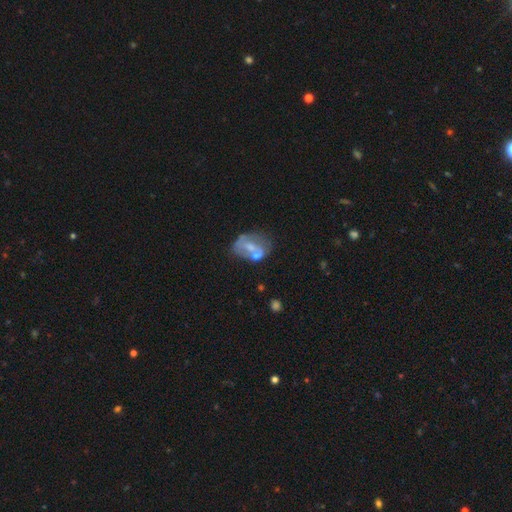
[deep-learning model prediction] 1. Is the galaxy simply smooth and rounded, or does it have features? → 51% featured or disk, 41% smooth, 8% star or artifact.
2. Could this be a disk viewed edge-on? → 97% no, 3% yes.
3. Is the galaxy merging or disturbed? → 32% none, 30% merger, 21% minor disturbance, 16% major disturbance.